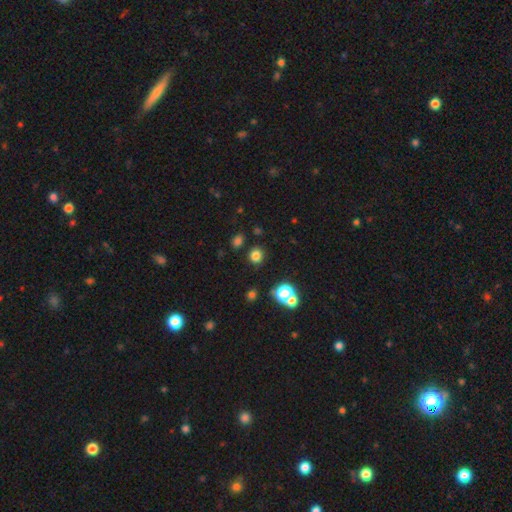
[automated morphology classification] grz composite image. It shows a smooth galaxy with no disk features (78%) that is round (85%). Merging: none (86%).